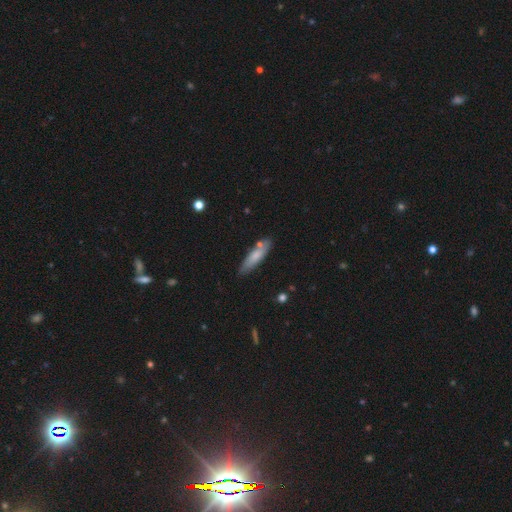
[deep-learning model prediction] Smooth or featured?
  - smooth: 72% *
  - featured or disk: 22%
  - star or artifact: 6%
How rounded?
  - cigar-shaped: 69% *
  - in between: 29%
  - round: 2%
Merging?
  - none: 77% *
  - minor disturbance: 15%
  - merger: 5%
  - major disturbance: 3%